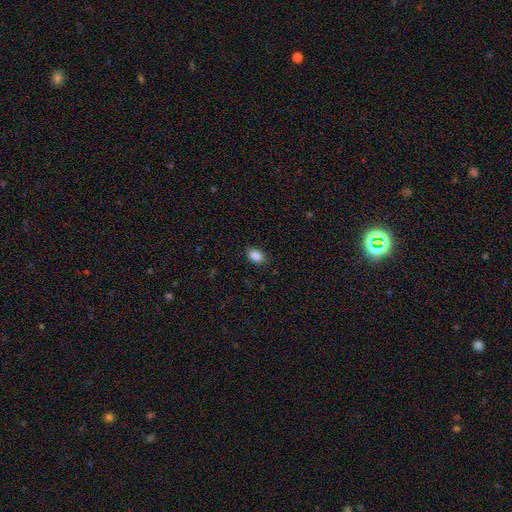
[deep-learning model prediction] smooth-or-featured: smooth: 87% | star or artifact: 9% | featured or disk: 4%
  how-rounded: in between: 83% | round: 16% | cigar-shaped: 1%
  merging: none: 85% | minor disturbance: 11% | major disturbance: 2% | merger: 1%